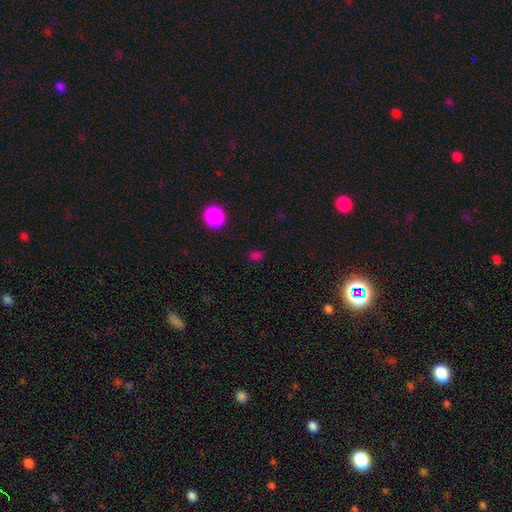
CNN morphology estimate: A smooth galaxy with no disk features (71%) that is in between round and cigar-shaped (54%).

Vote fractions:
- Smooth or featured? smooth: 71% / star or artifact: 25% / featured or disk: 5%
- How rounded? in between: 54% / round: 44% / cigar-shaped: 2%
- Merging? none: 81% / minor disturbance: 11% / major disturbance: 4% / merger: 3%